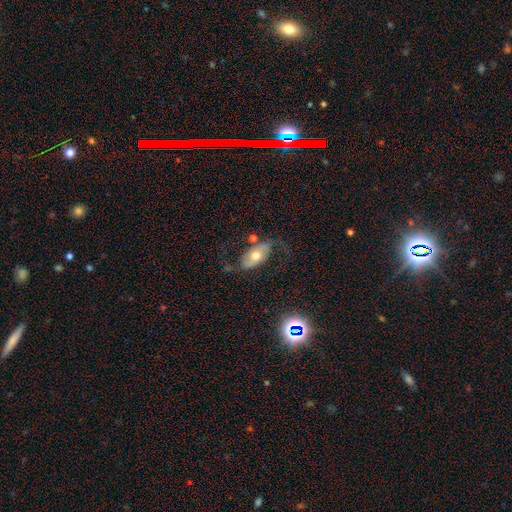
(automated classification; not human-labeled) Overall: featured or disk (60%; smooth 32%). Edge-on disk: no (89%). Bar: no (62%; weak 24%). Spiral arms: yes (75%). Bulge size: moderate (73%). Merging: none (62%).